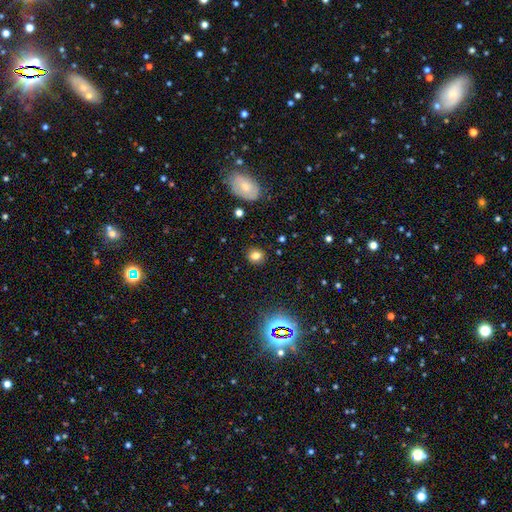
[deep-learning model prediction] smooth 78%, star or artifact 14%, featured or disk 8%. Down the decision tree: how rounded — round (76%); merging — none (88%).